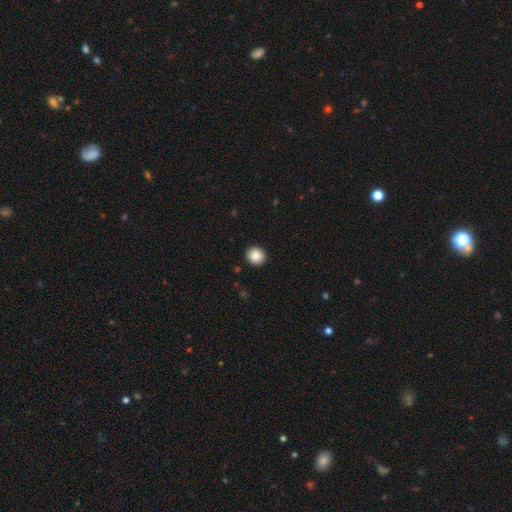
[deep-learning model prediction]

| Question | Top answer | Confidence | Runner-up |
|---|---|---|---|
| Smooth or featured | smooth | 87% | star or artifact (9%) |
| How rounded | round | 91% | in between (8%) |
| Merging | none | 93% | minor disturbance (5%) |